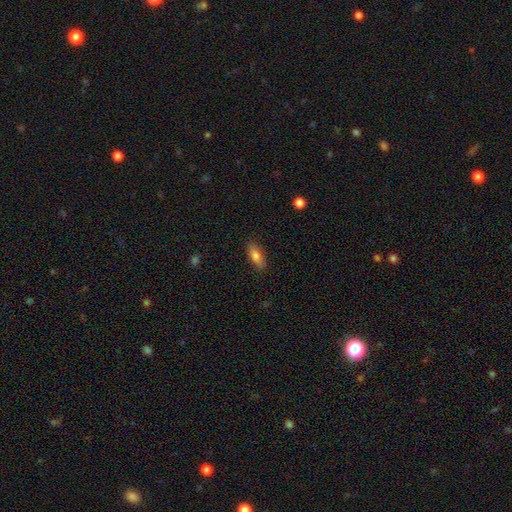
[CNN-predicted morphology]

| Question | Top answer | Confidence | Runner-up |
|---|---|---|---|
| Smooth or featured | smooth | 79% | featured or disk (14%) |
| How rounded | in between | 73% | cigar-shaped (25%) |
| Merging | none | 86% | minor disturbance (10%) |